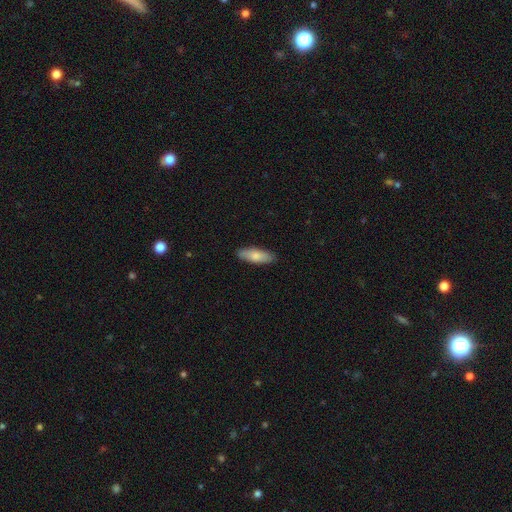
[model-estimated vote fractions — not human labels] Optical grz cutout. It shows a smooth galaxy with no disk features (79%) that is in between round and cigar-shaped (56%). Merging: none (89%).